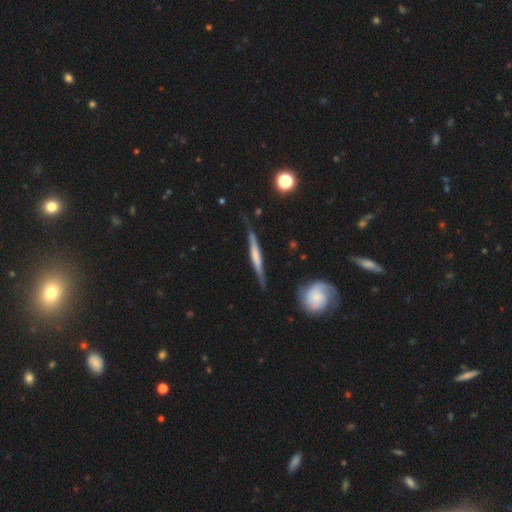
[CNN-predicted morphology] This appears to be a featured or disk galaxy (64%) viewed edge-on (92%) with no central bulge (41%). Merging: none (70%).